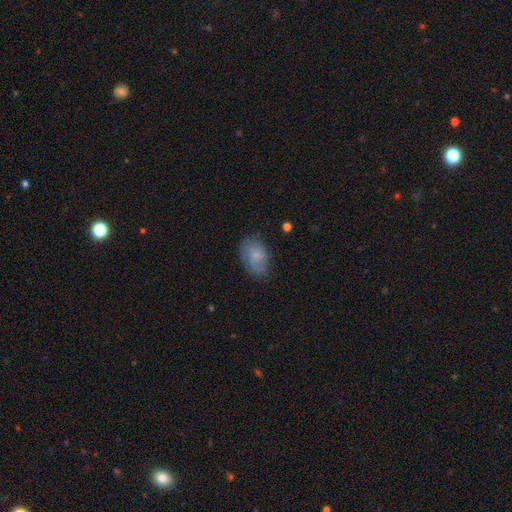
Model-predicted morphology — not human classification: smooth_or_featured: smooth (p=0.63) [alt: featured or disk p=0.28]
how_rounded: in between (p=0.82) [alt: round p=0.17]
merging: none (p=0.64) [alt: minor disturbance p=0.25]